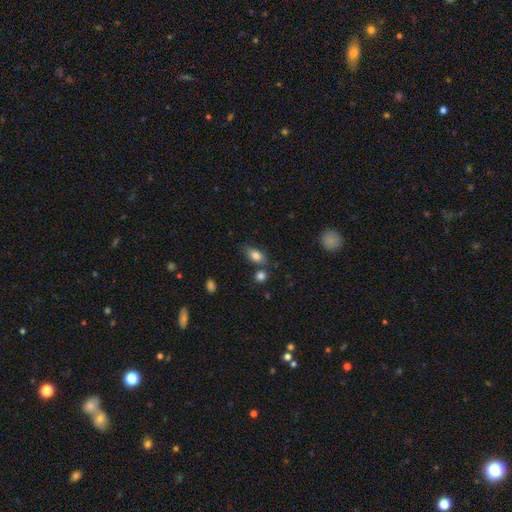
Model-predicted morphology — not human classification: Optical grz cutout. It shows a smooth galaxy with no disk features (84%) that is in between round and cigar-shaped (87%). Merging: none (69%).